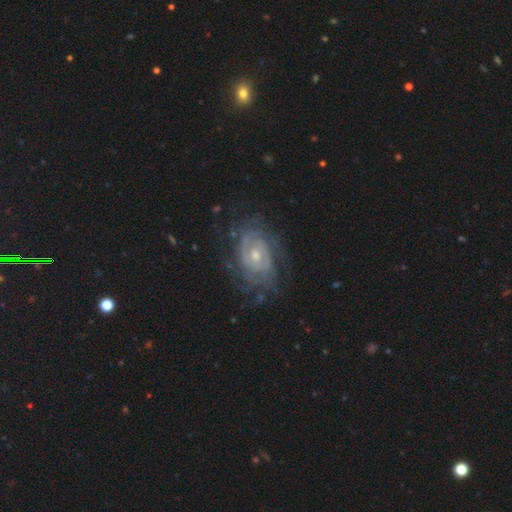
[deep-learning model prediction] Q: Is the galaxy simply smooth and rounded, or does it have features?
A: featured or disk — 85%.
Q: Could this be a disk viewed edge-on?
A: no — 96%.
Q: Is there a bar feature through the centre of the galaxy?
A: no — 67%.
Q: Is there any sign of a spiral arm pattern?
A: yes — 92%.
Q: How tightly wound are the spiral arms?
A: tight — 70%.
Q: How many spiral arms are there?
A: can't tell — 40%.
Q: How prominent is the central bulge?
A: moderate — 59%.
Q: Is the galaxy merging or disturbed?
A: none — 70%.